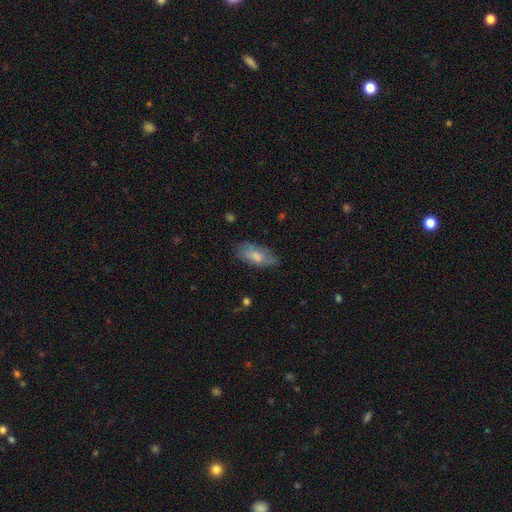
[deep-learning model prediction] smooth-or-featured: smooth: 74% | featured or disk: 19% | star or artifact: 6%
  how-rounded: in between: 85% | cigar-shaped: 12% | round: 2%
  merging: none: 69% | minor disturbance: 23% | major disturbance: 6% | merger: 2%